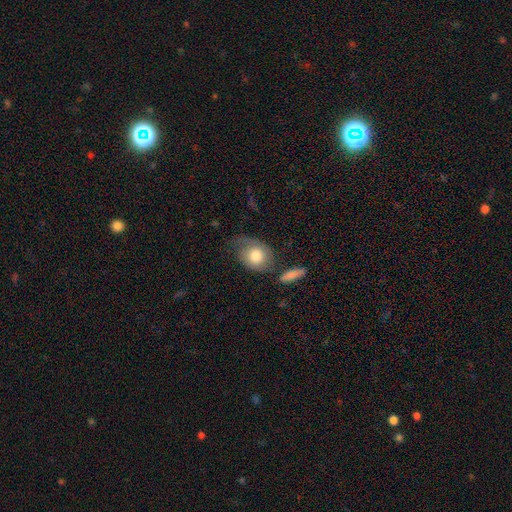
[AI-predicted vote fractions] Smooth or featured?
  - smooth: 68% *
  - featured or disk: 26%
  - star or artifact: 6%
How rounded?
  - in between: 56% *
  - round: 43%
  - cigar-shaped: 2%
Merging?
  - none: 40% *
  - minor disturbance: 30%
  - major disturbance: 23%
  - merger: 8%